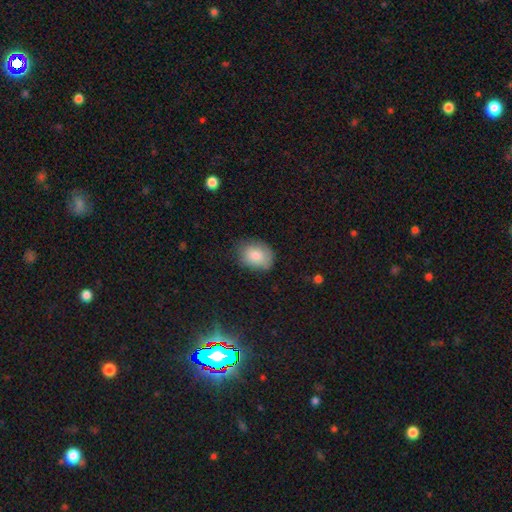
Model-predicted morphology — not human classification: smooth_or_featured: smooth (p=0.79) [alt: featured or disk p=0.11]
how_rounded: in between (p=0.65) [alt: round p=0.34]
merging: none (p=0.73) [alt: minor disturbance p=0.21]